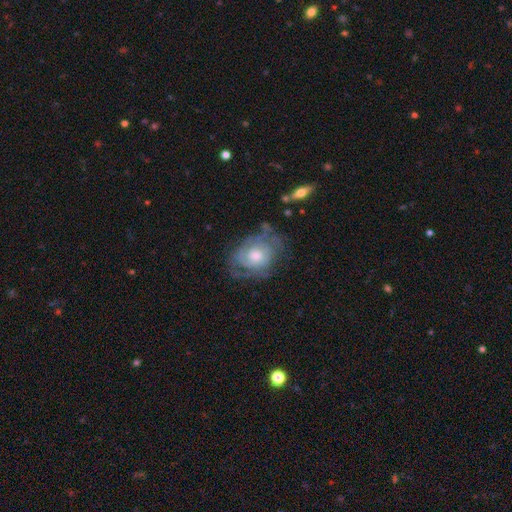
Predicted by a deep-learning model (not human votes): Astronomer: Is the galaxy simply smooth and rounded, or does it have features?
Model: featured or disk — 74%.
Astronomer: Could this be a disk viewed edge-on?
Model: no — 96%.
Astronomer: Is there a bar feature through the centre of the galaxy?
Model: no — 78%.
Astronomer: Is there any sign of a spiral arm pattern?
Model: yes — 79%.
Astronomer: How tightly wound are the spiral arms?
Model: tight — 60%.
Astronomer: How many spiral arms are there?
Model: can't tell — 51%.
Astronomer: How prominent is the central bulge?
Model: moderate — 60%.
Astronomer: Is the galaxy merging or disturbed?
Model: none — 60%.